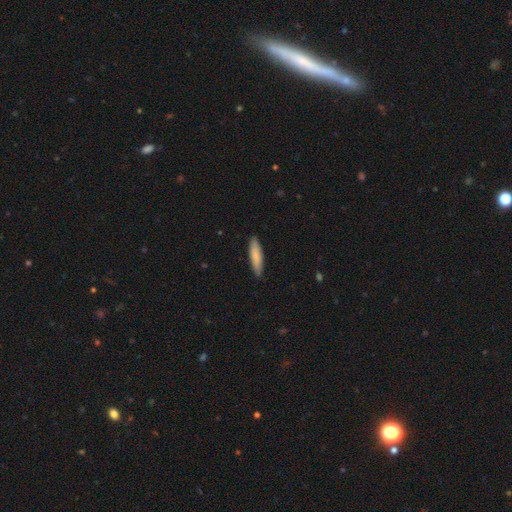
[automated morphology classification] This appears to be a smooth galaxy with no disk features (82%) that is cigar-shaped (72%). Merging: none (87%).